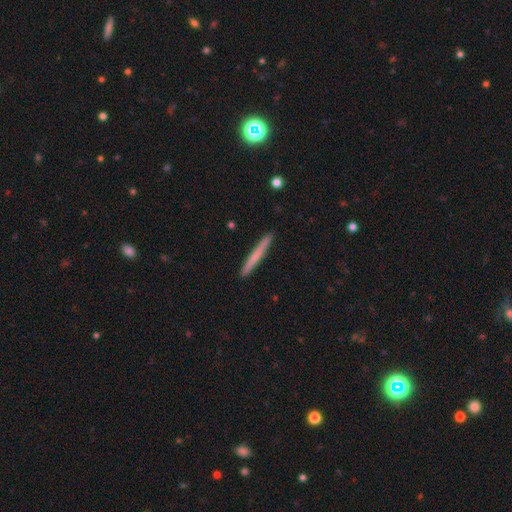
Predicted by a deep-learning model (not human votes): Morphology: type=smooth (62%); roundness=cigar-shaped (97%); merging=none (92%).